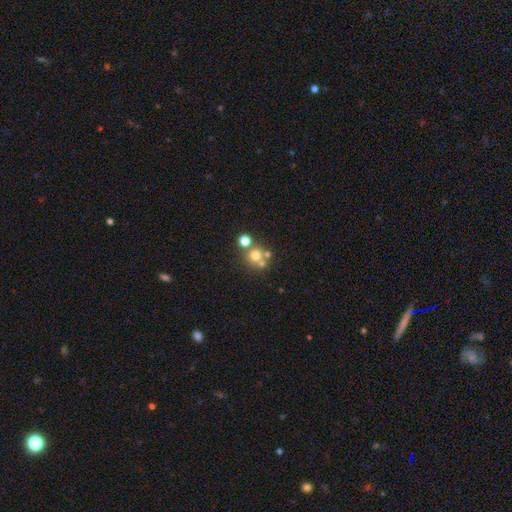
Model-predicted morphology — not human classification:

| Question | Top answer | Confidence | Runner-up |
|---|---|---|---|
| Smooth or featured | smooth | 65% | star or artifact (18%) |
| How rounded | round | 88% | in between (11%) |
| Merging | none | 56% | merger (33%) |